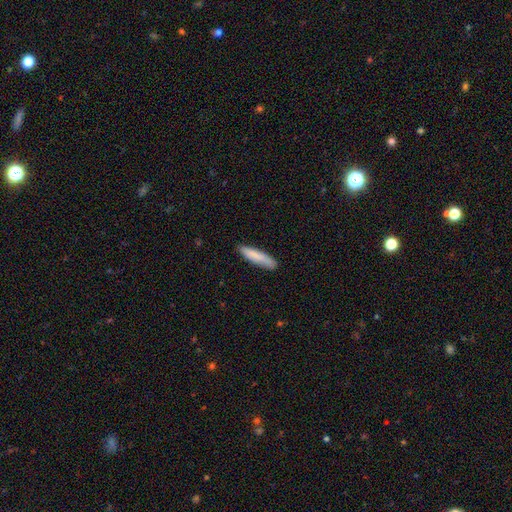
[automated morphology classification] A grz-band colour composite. It shows a smooth galaxy with no disk features (81%) that is cigar-shaped (84%). Merging: none (84%).